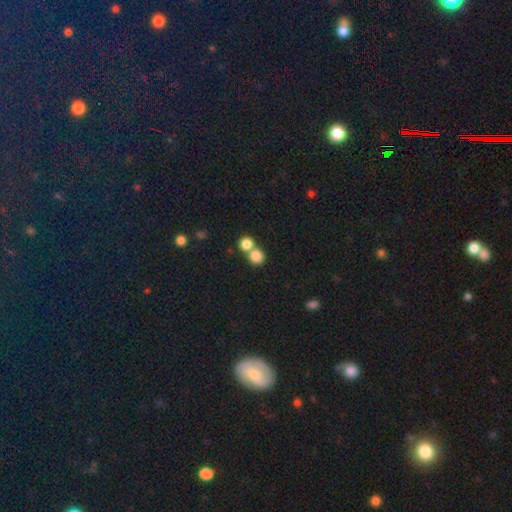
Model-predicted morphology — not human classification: A smooth galaxy with no disk features (82%) that is round (87%).

Vote fractions:
- Smooth or featured? smooth: 82% / star or artifact: 11% / featured or disk: 7%
- How rounded? round: 87% / in between: 12% / cigar-shaped: 1%
- Merging? merger: 48% / none: 44% / minor disturbance: 5% / major disturbance: 2%